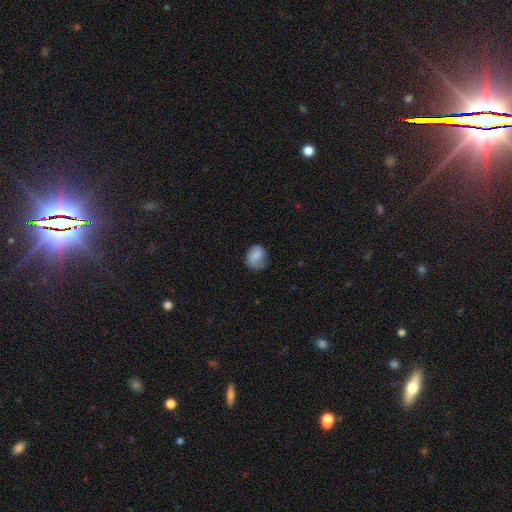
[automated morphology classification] Smooth or featured? Predicted: smooth (p=0.76). How rounded? Predicted: round (p=0.59). Merging? Predicted: none (p=0.62).